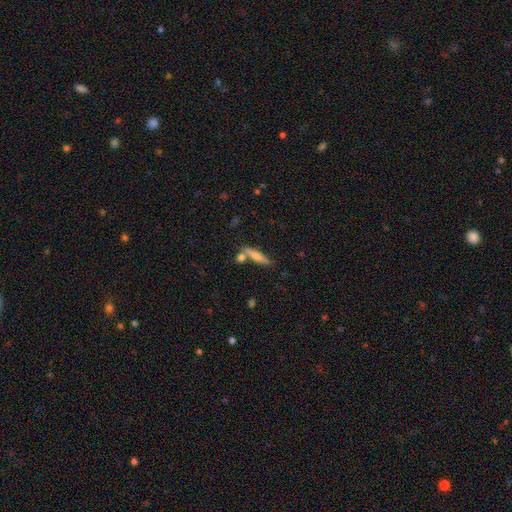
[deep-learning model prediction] Overall: featured or disk (46%; smooth 45%). Merging: none (71%).